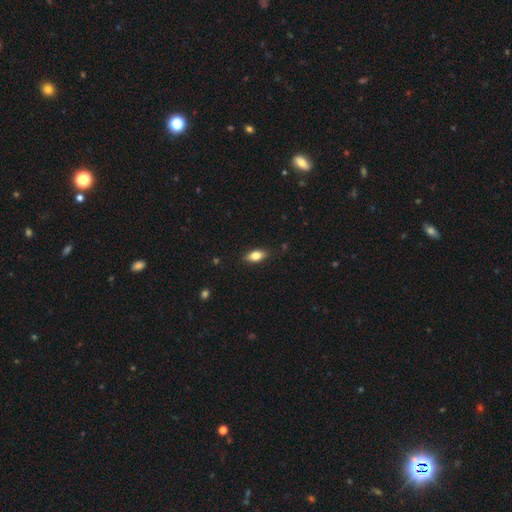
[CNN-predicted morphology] Q: Smooth or featured?
A: smooth (75%); runner-up: featured or disk (18%)
Q: How rounded?
A: in between (84%); runner-up: cigar-shaped (12%)
Q: Merging?
A: none (86%); runner-up: minor disturbance (11%)